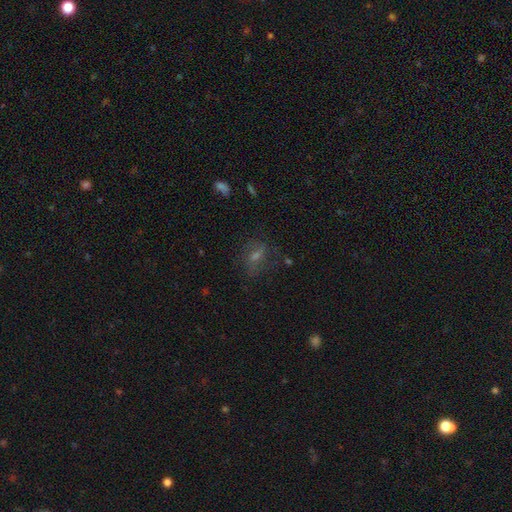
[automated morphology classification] smooth_or_featured: smooth (p=0.39) [alt: featured or disk p=0.36]
merging: none (p=0.65) [alt: minor disturbance p=0.19]